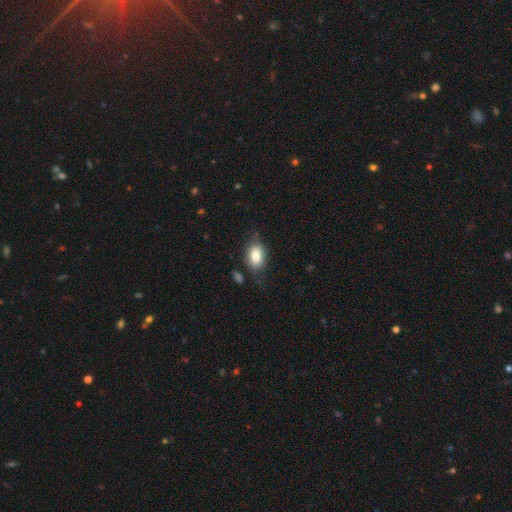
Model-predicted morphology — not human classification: smooth_or_featured: smooth (p=0.82) [alt: featured or disk p=0.11]
how_rounded: in between (p=0.87) [alt: round p=0.11]
merging: none (p=0.67) [alt: minor disturbance p=0.22]